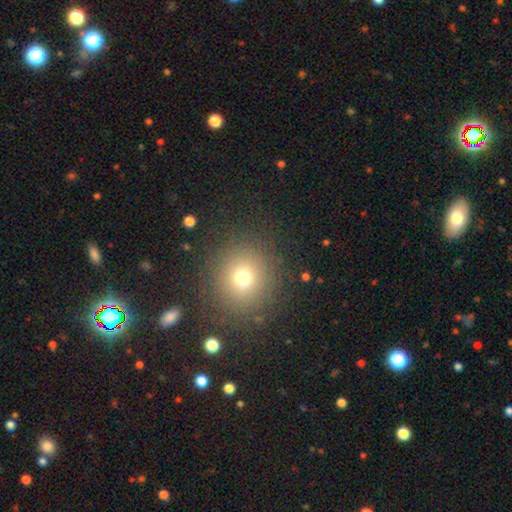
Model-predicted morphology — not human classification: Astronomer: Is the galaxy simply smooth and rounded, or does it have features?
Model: smooth — 58%.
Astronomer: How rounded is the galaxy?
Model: round — 91%.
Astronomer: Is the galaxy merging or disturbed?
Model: none — 89%.